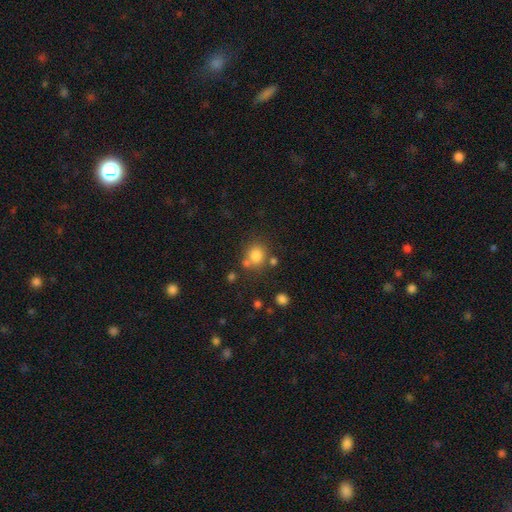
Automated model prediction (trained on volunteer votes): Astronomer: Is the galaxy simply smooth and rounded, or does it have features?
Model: smooth — 79%.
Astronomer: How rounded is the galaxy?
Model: round — 77%.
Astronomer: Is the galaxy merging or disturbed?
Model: none — 65%.